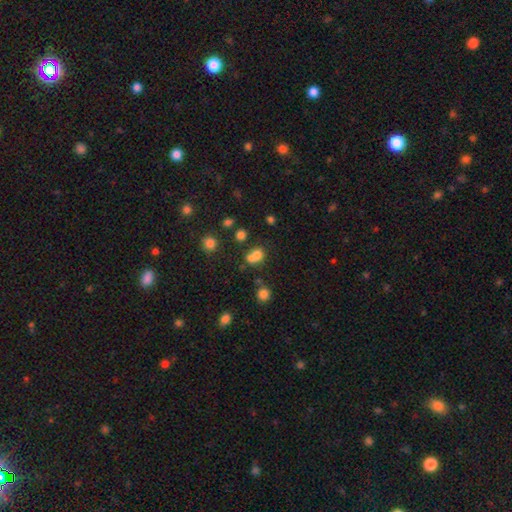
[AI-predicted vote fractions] This is likely a smooth galaxy (73%). How rounded: possibly round (60%). Merging: possibly merger (48%).